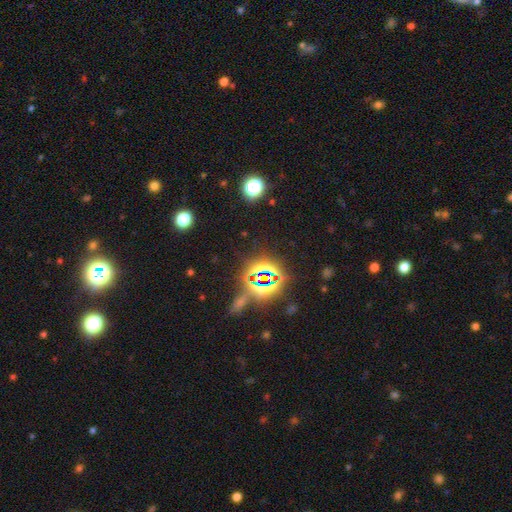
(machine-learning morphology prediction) This appears to be a star or artifact, not a galaxy (80%).